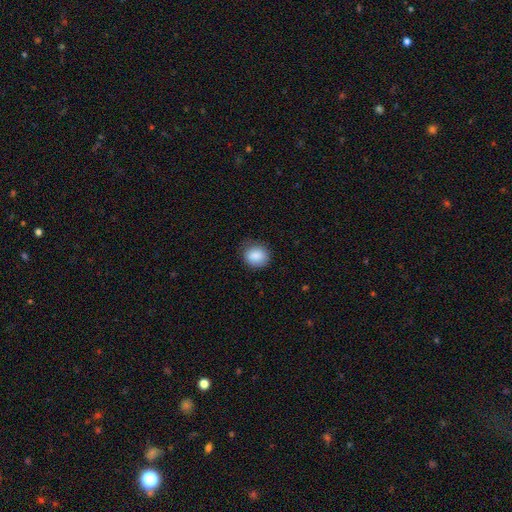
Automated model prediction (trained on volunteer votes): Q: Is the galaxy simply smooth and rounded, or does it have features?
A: smooth — 88%.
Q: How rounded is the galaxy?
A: round — 70%.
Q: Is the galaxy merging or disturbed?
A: none — 76%.